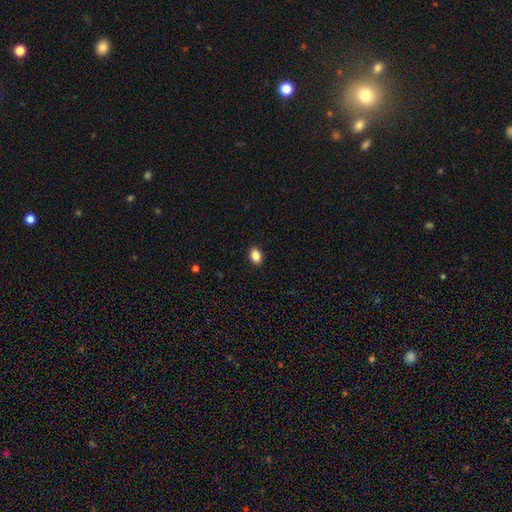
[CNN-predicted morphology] A smooth galaxy with no disk features (87%) that is in between round and cigar-shaped (74%).

Vote fractions:
- Smooth or featured? smooth: 87% / star or artifact: 9% / featured or disk: 4%
- How rounded? in between: 74% / round: 25% / cigar-shaped: 1%
- Merging? none: 91% / minor disturbance: 7% / major disturbance: 2% / merger: 1%